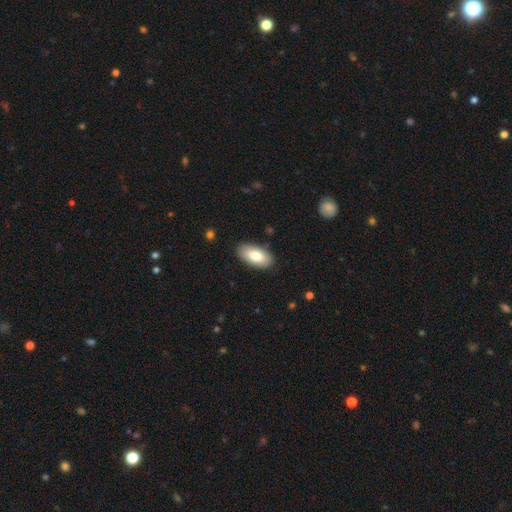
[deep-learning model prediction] Smooth or featured? Predicted: smooth (p=0.79). How rounded? Predicted: in between (p=0.93). Merging? Predicted: none (p=0.87).